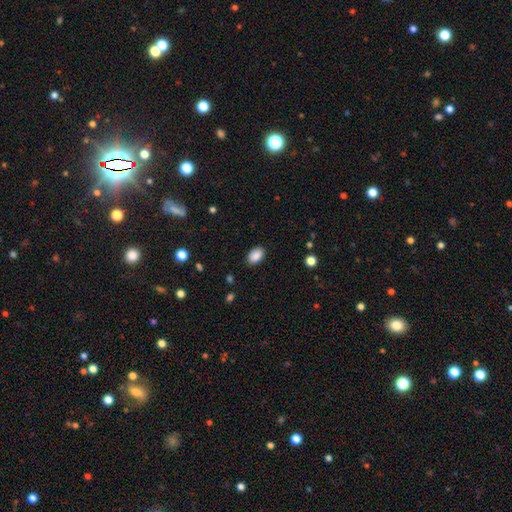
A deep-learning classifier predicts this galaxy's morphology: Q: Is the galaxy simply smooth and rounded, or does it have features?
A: smooth — 89%.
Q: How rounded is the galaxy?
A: in between — 88%.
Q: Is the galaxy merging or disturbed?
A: none — 87%.